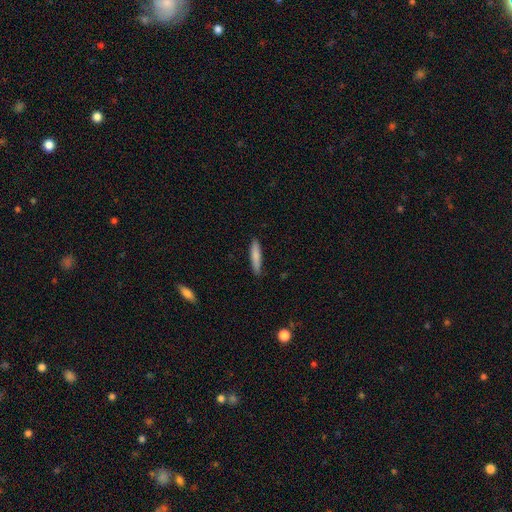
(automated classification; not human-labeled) Morphology: type=smooth (80%); roundness=cigar-shaped (86%); merging=none (88%).